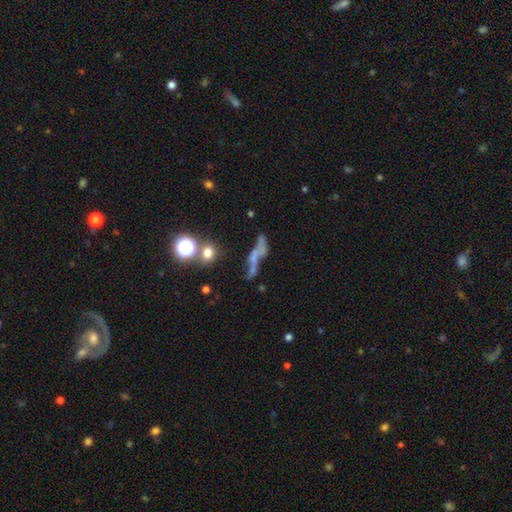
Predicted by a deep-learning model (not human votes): Morphology: type=smooth (37%); merging=none (39%).